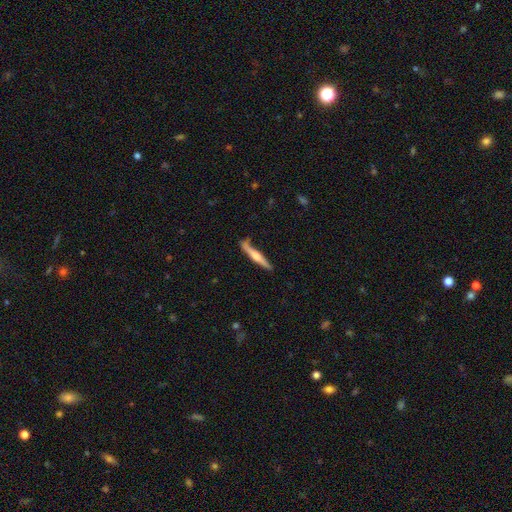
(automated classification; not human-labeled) A featured or disk galaxy (54%) viewed edge-on (96%) with a rounded central bulge (75%). Merging: none (79%).